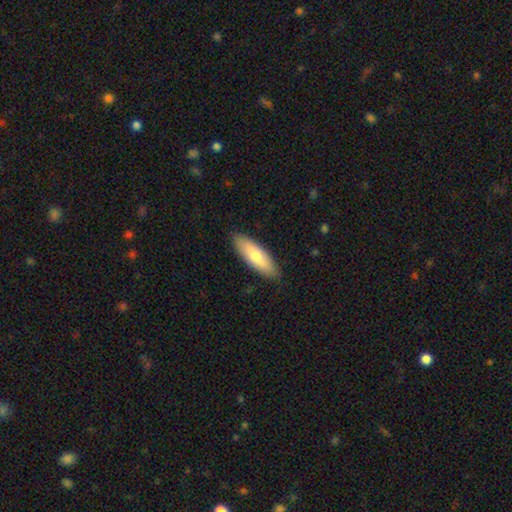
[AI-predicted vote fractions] Overall: smooth (68%). How rounded: in between (52%; cigar-shaped 46%). Merging: none (89%).